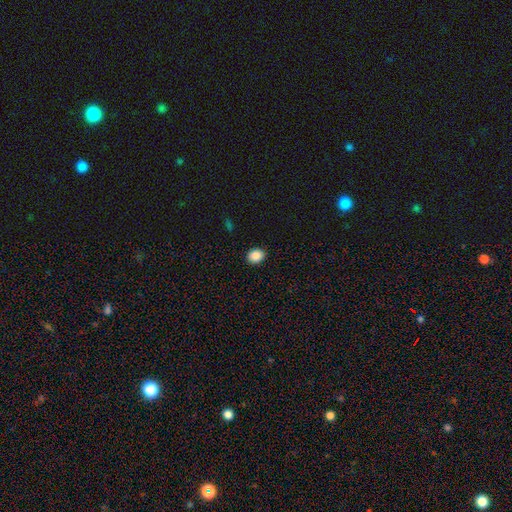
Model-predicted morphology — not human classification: Smooth or featured? smooth (88%)
How rounded? in between (51%)
Merging? none (90%)